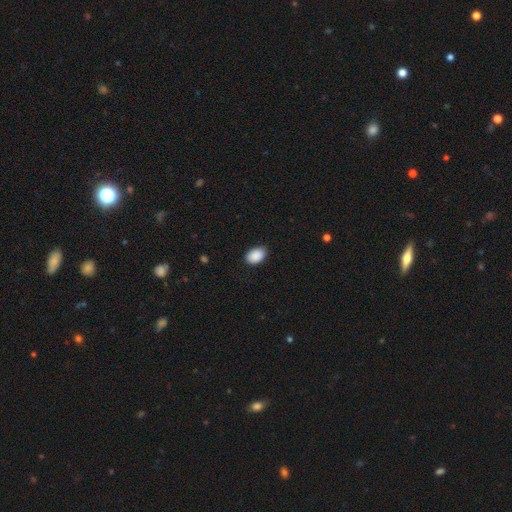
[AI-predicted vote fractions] Overall: smooth (91%). How rounded: in between (89%). Merging: none (84%).